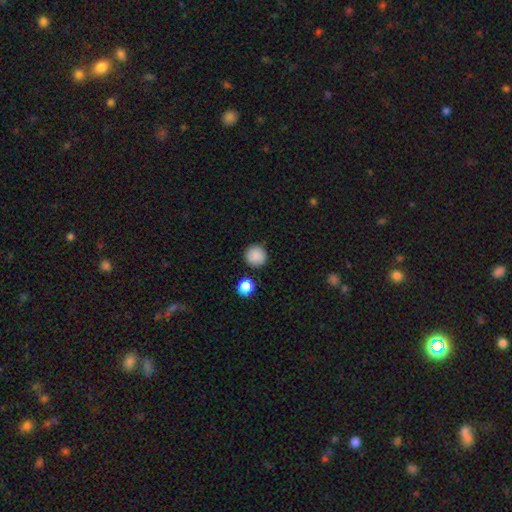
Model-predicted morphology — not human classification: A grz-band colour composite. It shows a smooth galaxy with no disk features (88%) that is round (95%). Merging: none (89%).